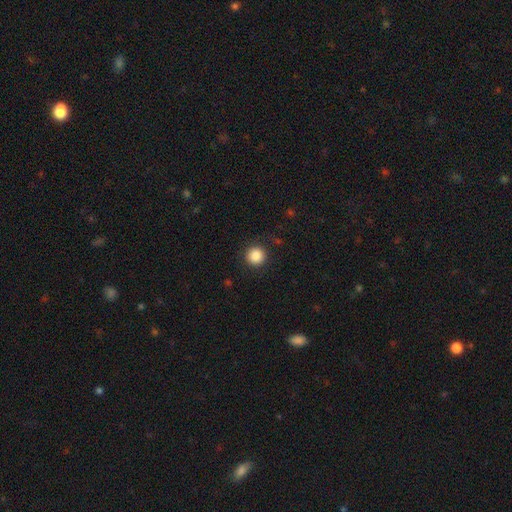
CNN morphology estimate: Q: Smooth or featured?
A: smooth (86%); runner-up: star or artifact (10%)
Q: How rounded?
A: round (95%); runner-up: in between (4%)
Q: Merging?
A: none (91%); runner-up: minor disturbance (6%)